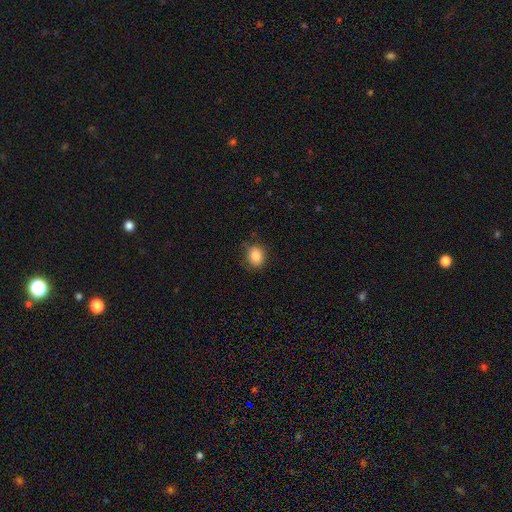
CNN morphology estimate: Smooth or featured? Predicted: smooth (p=0.86). How rounded? Predicted: round (p=0.58). Merging? Predicted: none (p=0.80).